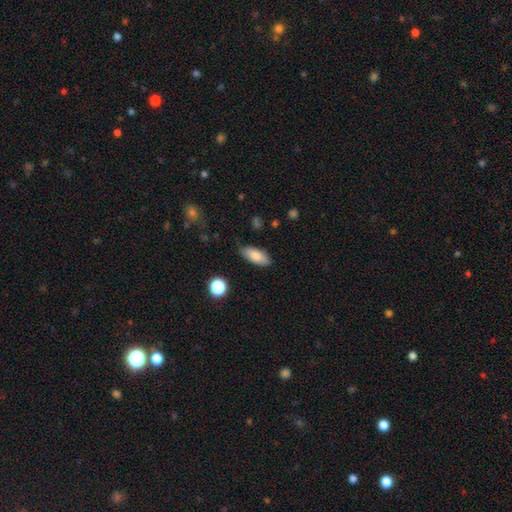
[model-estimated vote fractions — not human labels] This is clearly a smooth galaxy (81%). How rounded: clearly in between (82%). Merging: clearly none (81%).